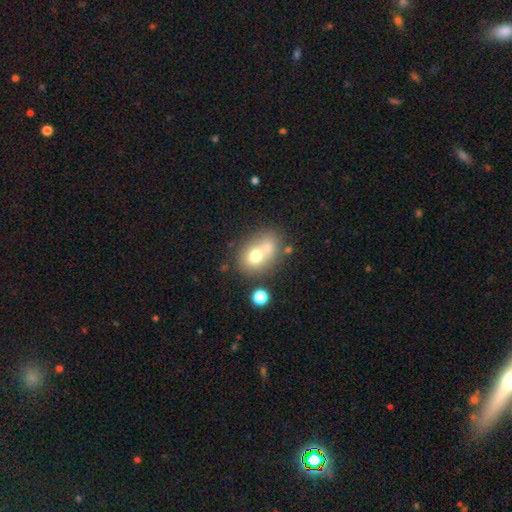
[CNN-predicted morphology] Smooth or featured? smooth (68%)
How rounded? in between (51%)
Merging? merger (43%)